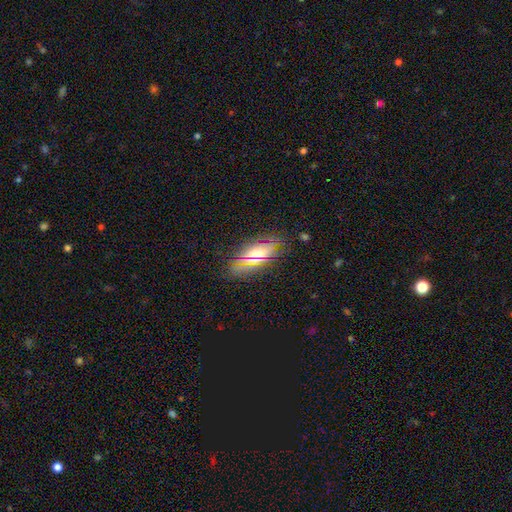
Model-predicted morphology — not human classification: smooth 61%, featured or disk 20%, star or artifact 19%. Down the decision tree: how rounded — in between (82%); merging — none (81%).